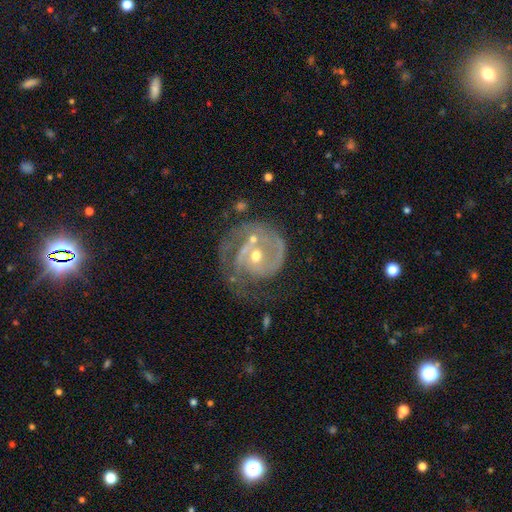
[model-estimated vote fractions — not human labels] This appears to be a featured or disk galaxy (88%) with no bar (59%), 2 (50%) tight (53%) spiral arms (95%) and a moderate central bulge (51%). Merging: none (52%).